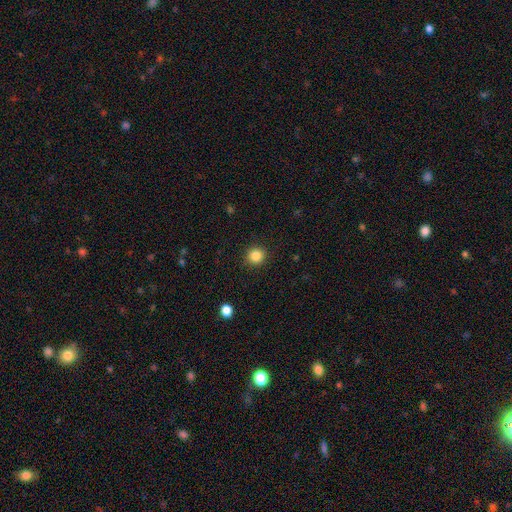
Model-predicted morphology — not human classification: smooth 85%, star or artifact 11%, featured or disk 4%. Down the decision tree: how rounded — round (92%); merging — none (91%).